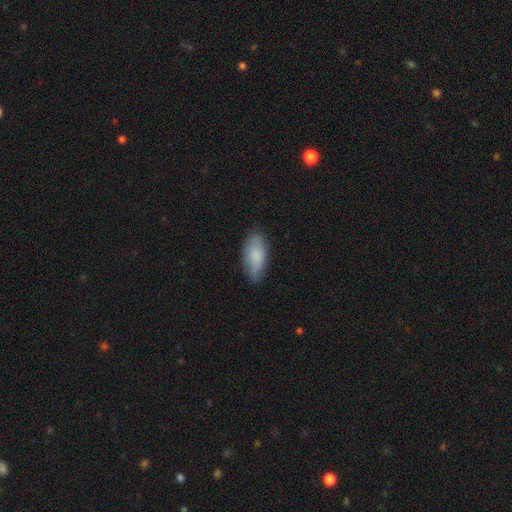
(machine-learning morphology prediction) A smooth galaxy with no disk features (83%) that is in between round and cigar-shaped (87%).

Vote fractions:
- Smooth or featured? smooth: 83% / featured or disk: 11% / star or artifact: 6%
- How rounded? in between: 87% / cigar-shaped: 11% / round: 2%
- Merging? none: 76% / minor disturbance: 19% / major disturbance: 4% / merger: 1%